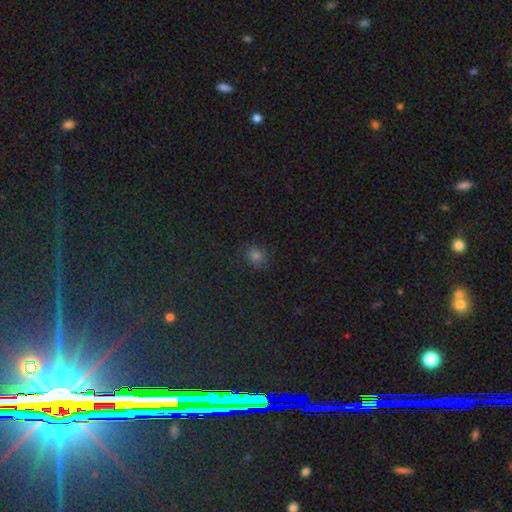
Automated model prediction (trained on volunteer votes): Q: Smooth or featured?
A: smooth (75%); runner-up: star or artifact (19%)
Q: How rounded?
A: round (84%); runner-up: in between (15%)
Q: Merging?
A: none (87%); runner-up: minor disturbance (9%)